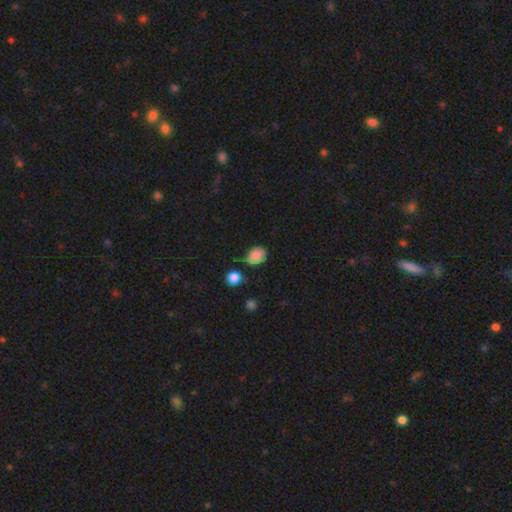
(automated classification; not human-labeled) A smooth galaxy with no disk features (87%) that is in between round and cigar-shaped (72%). Merging: none (69%).